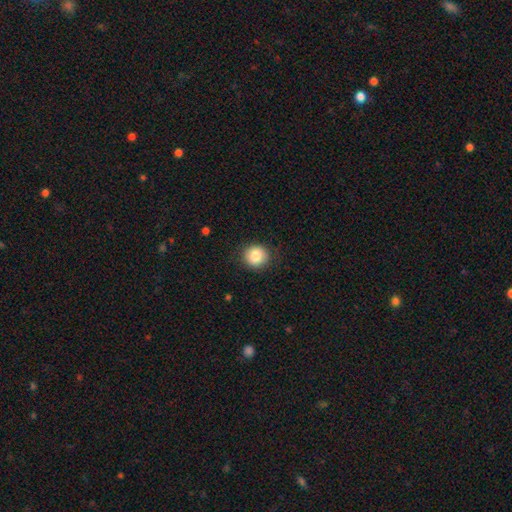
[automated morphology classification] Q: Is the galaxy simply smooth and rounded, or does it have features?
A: smooth — 85%.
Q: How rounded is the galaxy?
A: round — 89%.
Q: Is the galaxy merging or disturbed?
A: none — 87%.